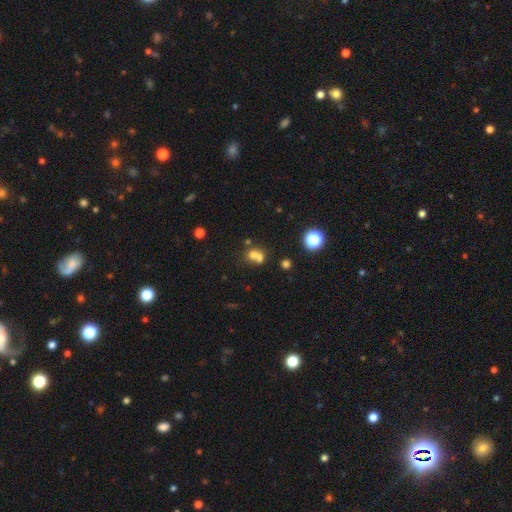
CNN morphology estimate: Smooth or featured: smooth — 65% (star or artifact — 18%)
How rounded: round — 74% (in between — 24%)
Merging: merger — 59% (none — 31%)